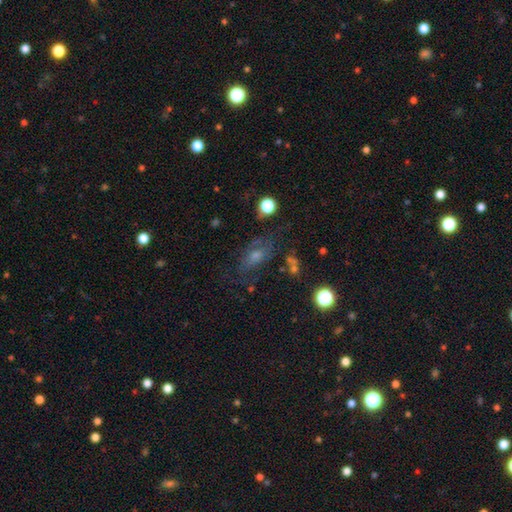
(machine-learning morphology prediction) featured or disk 42%, smooth 33%, star or artifact 26%. Down the decision tree: merging — none (59%).